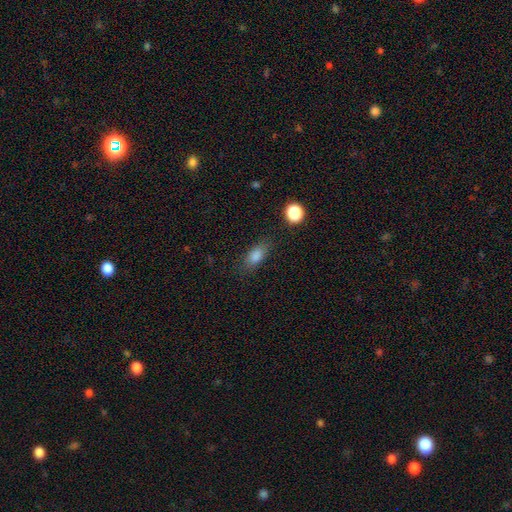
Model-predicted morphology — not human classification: A smooth galaxy with no disk features (82%) that is in between round and cigar-shaped (78%).

Vote fractions:
- Smooth or featured? smooth: 82% / star or artifact: 10% / featured or disk: 8%
- How rounded? in between: 78% / cigar-shaped: 13% / round: 9%
- Merging? none: 80% / minor disturbance: 13% / major disturbance: 4% / merger: 2%